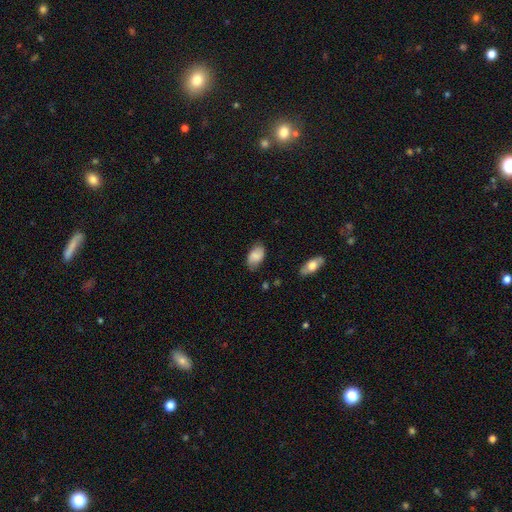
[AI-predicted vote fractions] This appears to be a smooth galaxy with no disk features (78%) that is in between round and cigar-shaped (92%). Merging: none (76%).